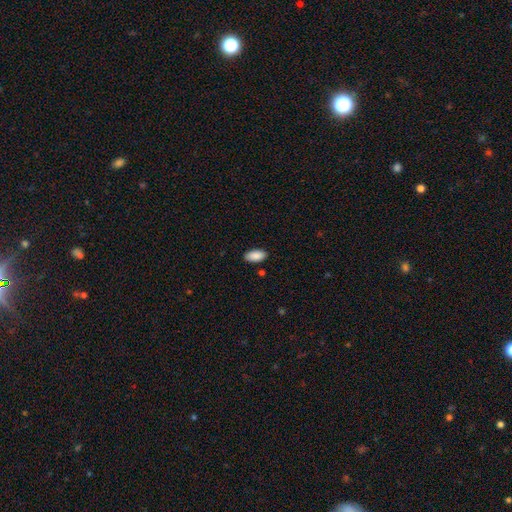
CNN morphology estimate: smooth-or-featured: smooth: 89% | star or artifact: 7% | featured or disk: 4%
  how-rounded: in between: 94% | cigar-shaped: 4% | round: 2%
  merging: none: 88% | minor disturbance: 9% | major disturbance: 2% | merger: 1%